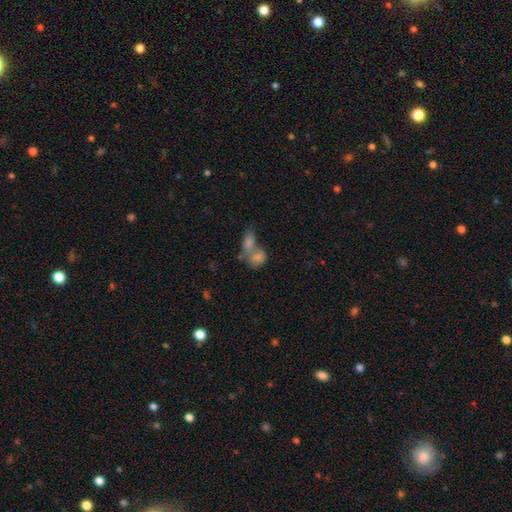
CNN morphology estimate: This is likely a smooth galaxy (78%). How rounded: likely in between (69%). Merging: likely merger (70%).